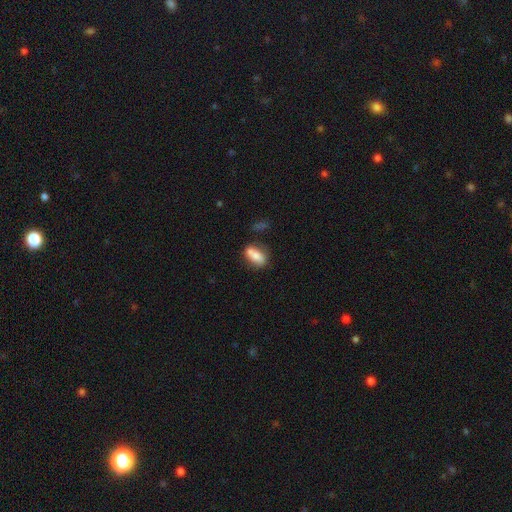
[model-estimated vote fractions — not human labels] This appears to be a smooth galaxy with no disk features (73%) that is in between round and cigar-shaped (83%). Merging: none (45%).